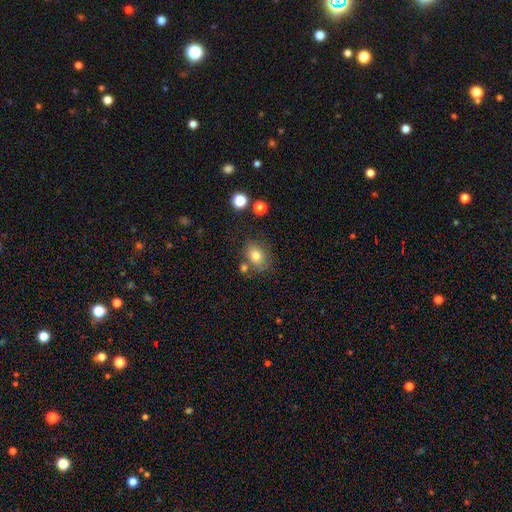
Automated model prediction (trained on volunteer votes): This appears to be a smooth galaxy with no disk features (76%) that is in between round and cigar-shaped (64%). Merging: none (67%).